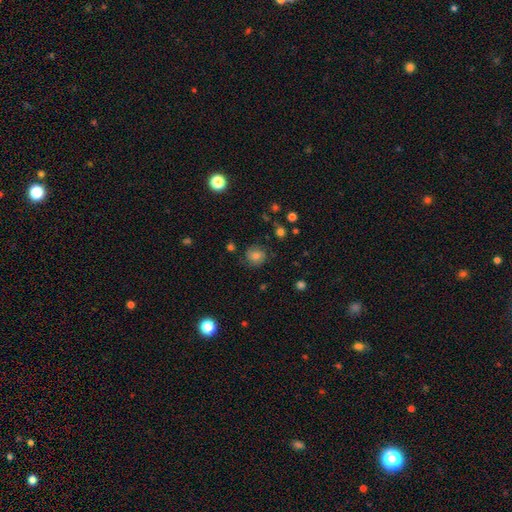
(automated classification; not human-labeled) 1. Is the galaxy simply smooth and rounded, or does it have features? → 66% smooth, 18% featured or disk, 16% star or artifact.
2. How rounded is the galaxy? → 82% round, 17% in between, 1% cigar-shaped.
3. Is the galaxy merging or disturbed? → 78% none, 15% minor disturbance, 5% major disturbance, 2% merger.